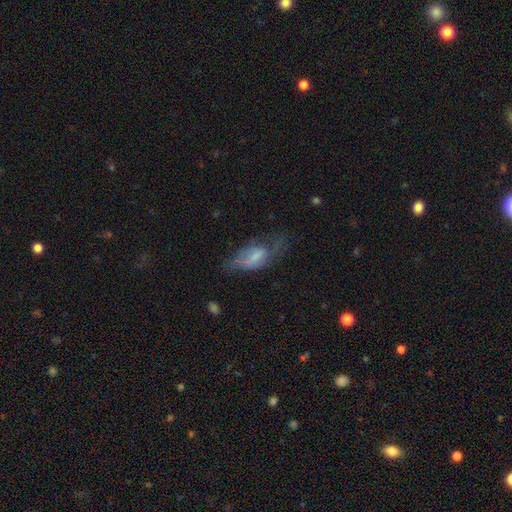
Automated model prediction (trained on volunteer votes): Morphology: type=smooth (47%); merging=none (41%).